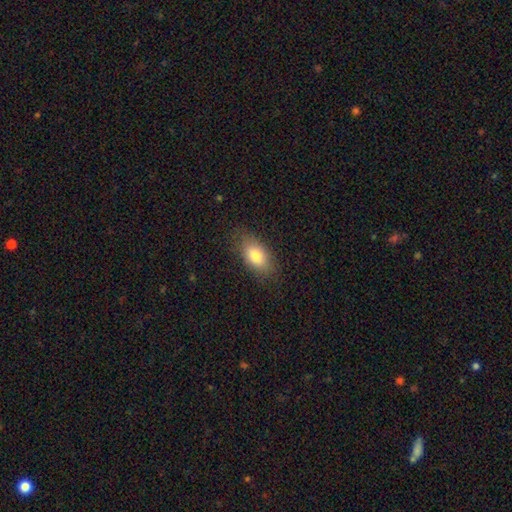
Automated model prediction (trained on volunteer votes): smooth_or_featured: smooth (p=0.79) [alt: featured or disk p=0.13]
how_rounded: in between (p=0.89) [alt: round p=0.06]
merging: none (p=0.82) [alt: minor disturbance p=0.13]